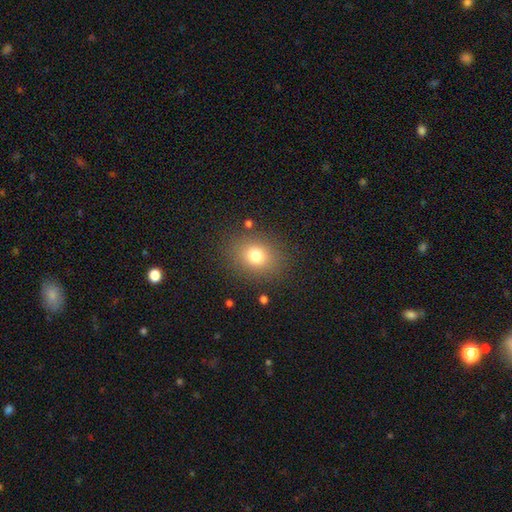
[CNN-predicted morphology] Smooth or featured? Predicted: smooth (p=0.77). How rounded? Predicted: round (p=0.58). Merging? Predicted: none (p=0.85).